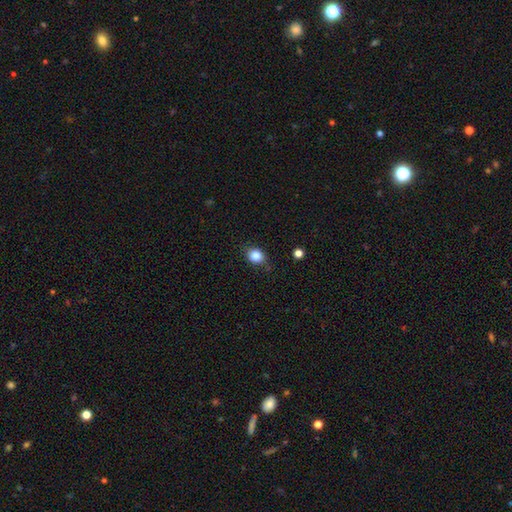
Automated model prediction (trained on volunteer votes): Smooth or featured? smooth (85%)
How rounded? round (61%)
Merging? none (78%)